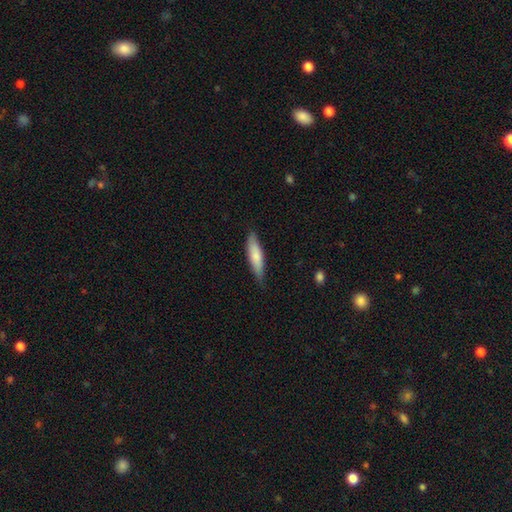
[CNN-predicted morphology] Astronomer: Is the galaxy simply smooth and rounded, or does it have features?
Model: smooth — 76%.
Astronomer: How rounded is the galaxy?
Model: cigar-shaped — 72%.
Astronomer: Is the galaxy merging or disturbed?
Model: none — 81%.